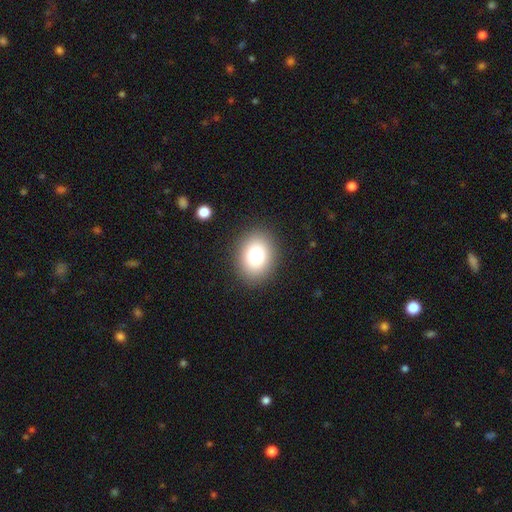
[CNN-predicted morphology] This is clearly a smooth galaxy (80%). How rounded: possibly in between (52%). Merging: clearly none (89%).